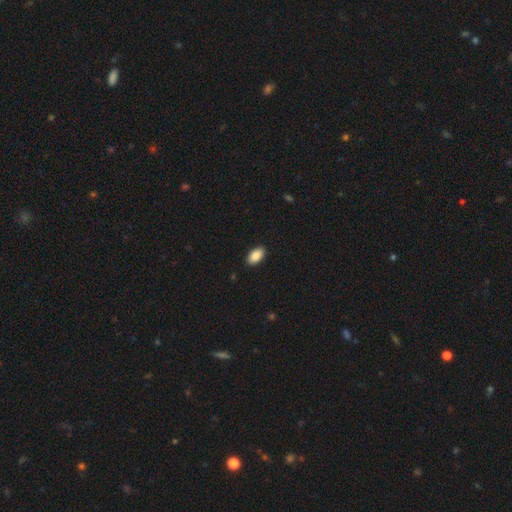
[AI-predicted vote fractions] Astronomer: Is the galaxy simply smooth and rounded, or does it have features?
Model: smooth — 89%.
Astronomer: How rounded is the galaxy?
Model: in between — 95%.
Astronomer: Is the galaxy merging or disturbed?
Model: none — 90%.